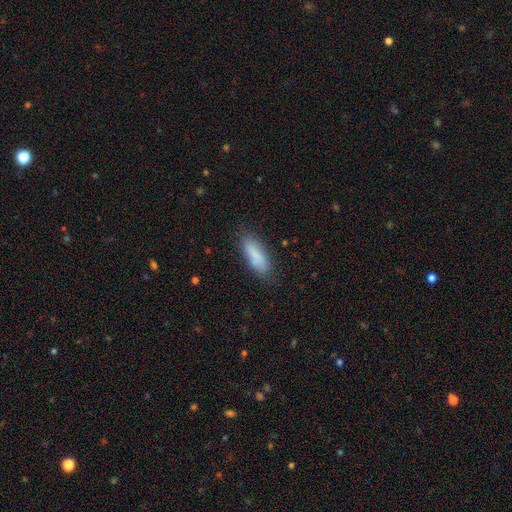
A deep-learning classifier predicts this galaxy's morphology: Q: Smooth or featured?
A: smooth (83%); runner-up: featured or disk (10%)
Q: How rounded?
A: in between (58%); runner-up: cigar-shaped (40%)
Q: Merging?
A: none (78%); runner-up: minor disturbance (16%)